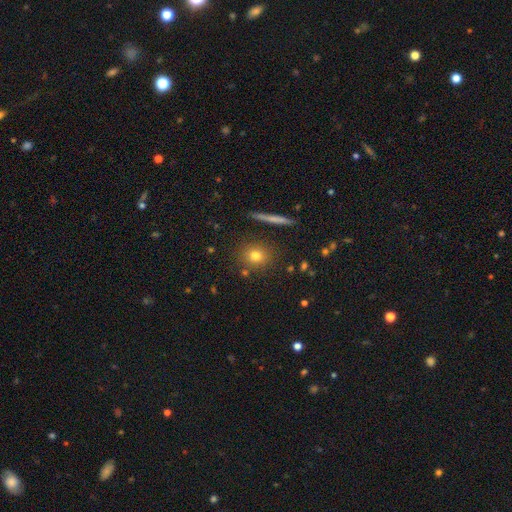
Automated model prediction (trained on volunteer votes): smooth-or-featured: smooth: 74% | star or artifact: 14% | featured or disk: 12%
  how-rounded: round: 80% | in between: 17% | cigar-shaped: 3%
  merging: none: 83% | minor disturbance: 9% | merger: 5% | major disturbance: 3%